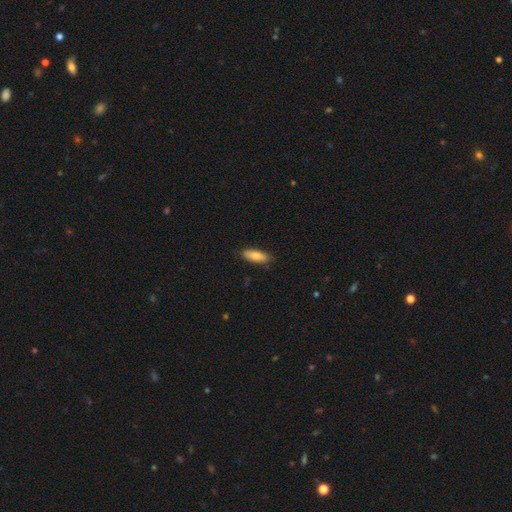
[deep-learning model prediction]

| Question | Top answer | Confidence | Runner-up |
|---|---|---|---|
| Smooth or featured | smooth | 82% | featured or disk (12%) |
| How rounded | in between | 67% | cigar-shaped (31%) |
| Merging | none | 86% | minor disturbance (11%) |